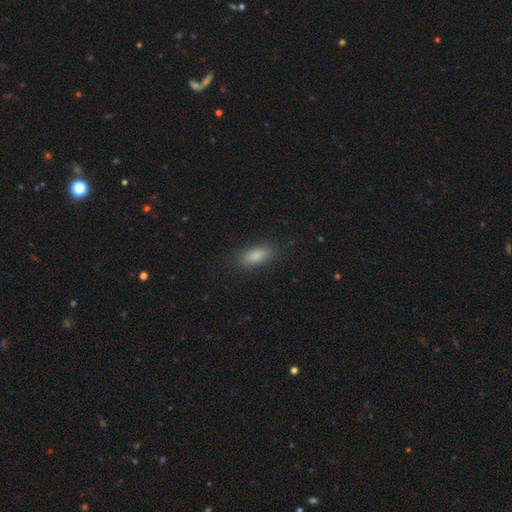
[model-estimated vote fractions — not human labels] A smooth galaxy with no disk features (85%) that is in between round and cigar-shaped (78%).

Vote fractions:
- Smooth or featured? smooth: 85% / star or artifact: 8% / featured or disk: 7%
- How rounded? in between: 78% / cigar-shaped: 20% / round: 3%
- Merging? none: 87% / minor disturbance: 10% / major disturbance: 3% / merger: 1%